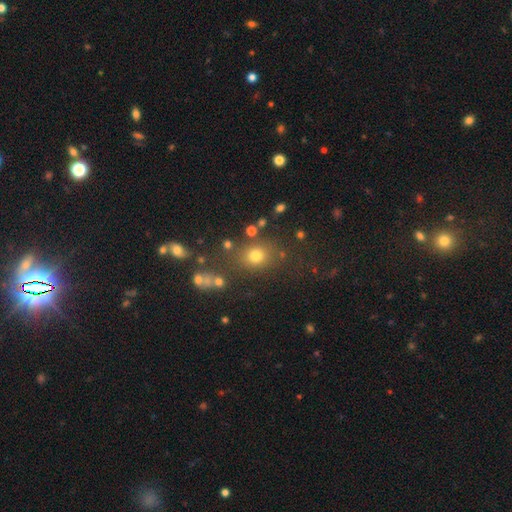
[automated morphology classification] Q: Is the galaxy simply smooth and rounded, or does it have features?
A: smooth — 72%.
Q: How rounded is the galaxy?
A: round — 63%.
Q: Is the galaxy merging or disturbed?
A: none — 73%.